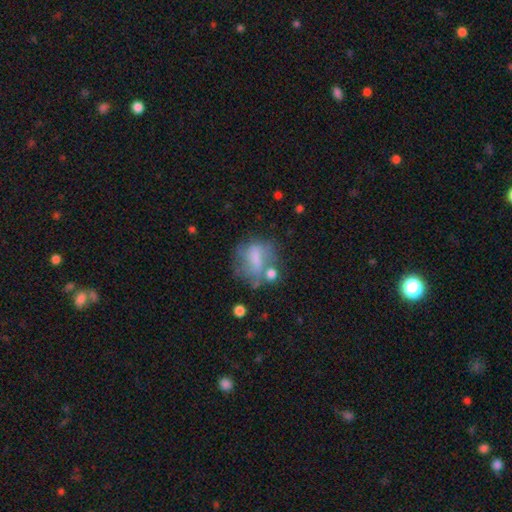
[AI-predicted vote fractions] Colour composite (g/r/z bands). It shows a smooth galaxy with no disk features (51%) that is in between round and cigar-shaped (54%). Merging: none (44%).